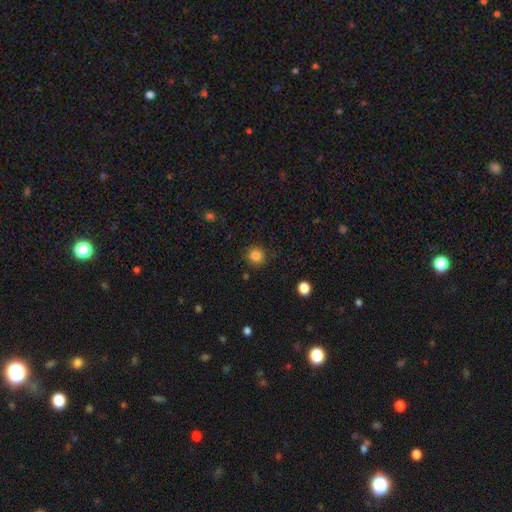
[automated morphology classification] type=smooth (83%); roundness=round (93%); merging=none (88%).